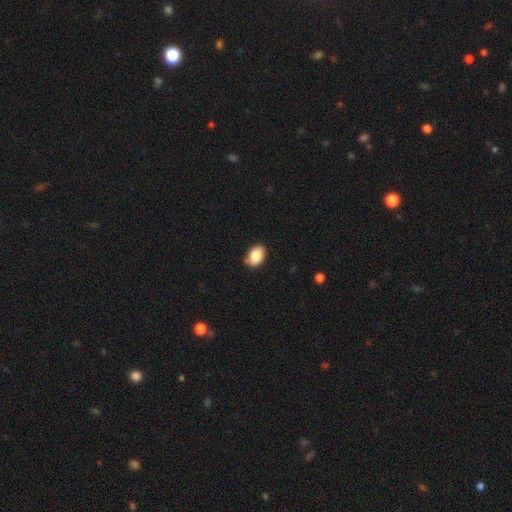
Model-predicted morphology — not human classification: smooth_or_featured: smooth (p=0.87) [alt: star or artifact p=0.07]
how_rounded: in between (p=0.86) [alt: round p=0.13]
merging: none (p=0.78) [alt: minor disturbance p=0.17]